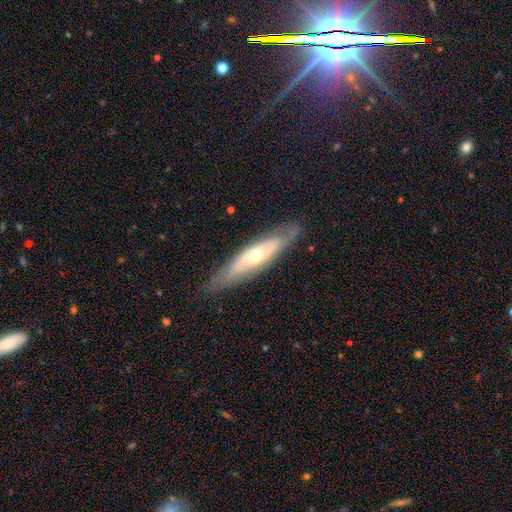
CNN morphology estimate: Smooth or featured? featured or disk (67%)
Edge-on disk? no (58%)
Merging? none (79%)